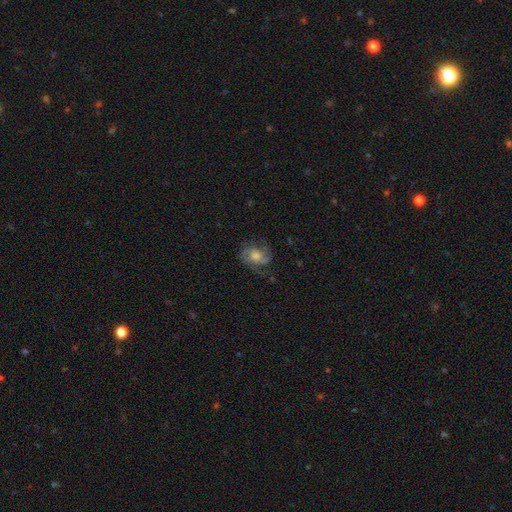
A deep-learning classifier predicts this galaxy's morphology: type=featured or disk (75%); edge-on=no (97%); bar=no (67%); spiral arms=yes (94%); winding=medium (48%); arm count=2 (39%); bulge=moderate (54%); merging=none (71%).